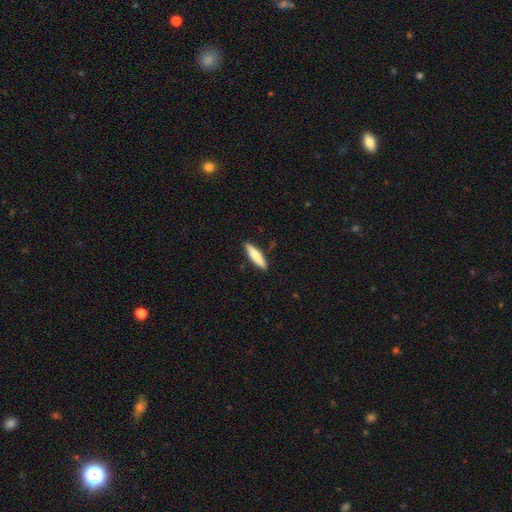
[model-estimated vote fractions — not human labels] A smooth galaxy with no disk features (72%) that is cigar-shaped (77%). Merging: none (89%).